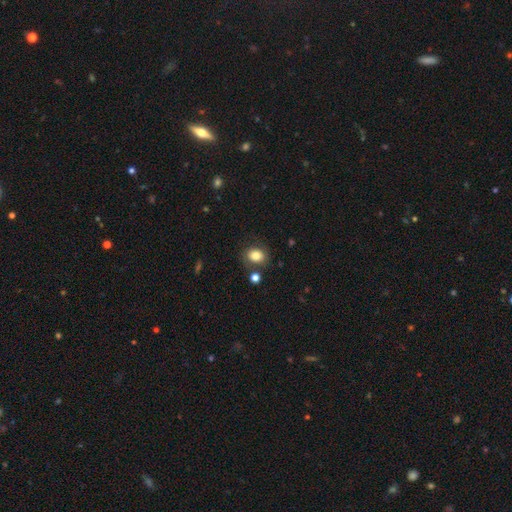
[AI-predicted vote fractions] This appears to be a smooth galaxy with no disk features (82%) that is in between round and cigar-shaped (51%). Merging: none (77%).